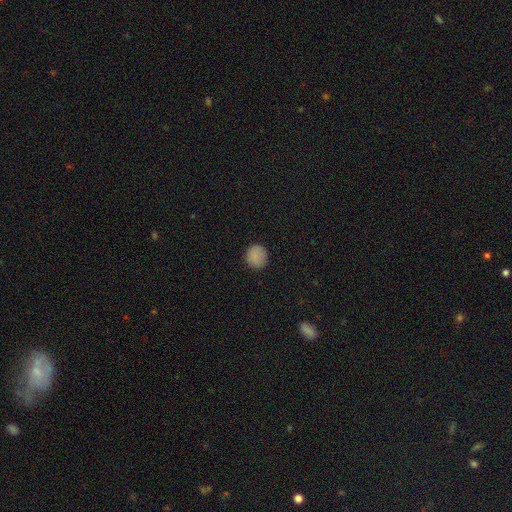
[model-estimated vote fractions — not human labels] smooth-or-featured: smooth: 86% | star or artifact: 10% | featured or disk: 4%
  how-rounded: round: 92% | in between: 7% | cigar-shaped: 1%
  merging: none: 90% | minor disturbance: 7% | major disturbance: 2% | merger: 1%